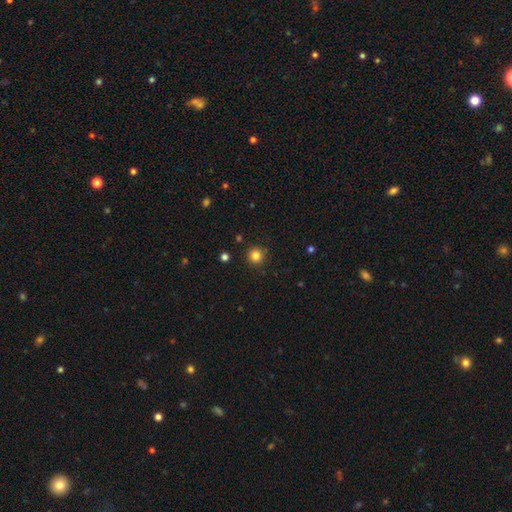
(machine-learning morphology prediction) A smooth galaxy with no disk features (84%) that is round (95%). Merging: none (90%).